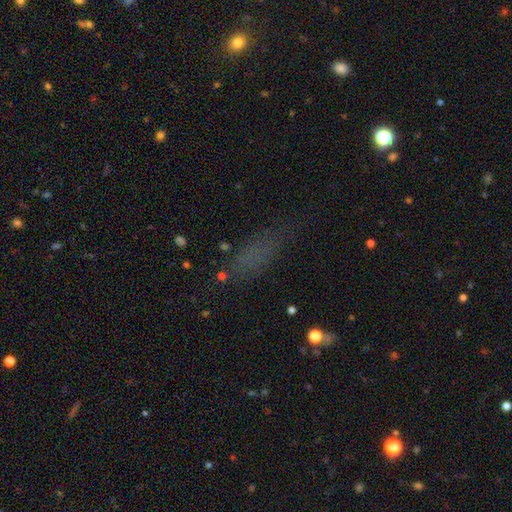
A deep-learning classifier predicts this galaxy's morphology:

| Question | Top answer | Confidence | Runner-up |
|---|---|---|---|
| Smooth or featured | smooth | 52% | star or artifact (33%) |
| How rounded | in between | 54% | cigar-shaped (38%) |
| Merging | none | 68% | minor disturbance (17%) |